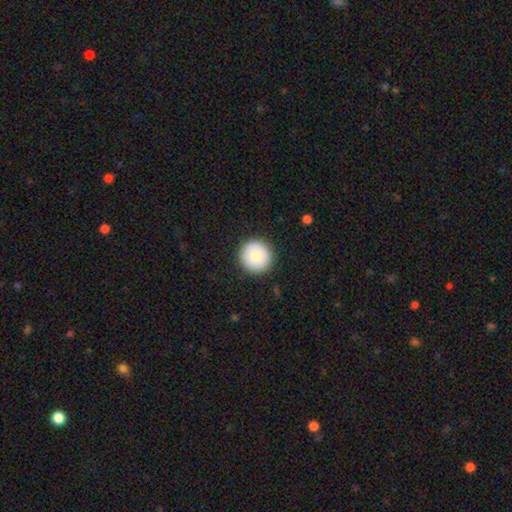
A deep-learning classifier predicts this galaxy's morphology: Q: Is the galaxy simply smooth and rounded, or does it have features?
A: smooth — 82%.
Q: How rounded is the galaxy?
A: round — 96%.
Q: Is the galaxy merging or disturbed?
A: none — 91%.